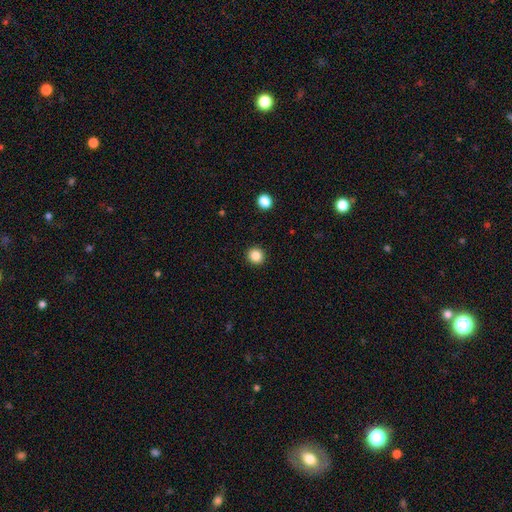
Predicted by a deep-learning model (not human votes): smooth-or-featured: smooth: 85% | star or artifact: 11% | featured or disk: 4%
  how-rounded: round: 93% | in between: 6% | cigar-shaped: 1%
  merging: none: 93% | minor disturbance: 4% | major disturbance: 2% | merger: 1%